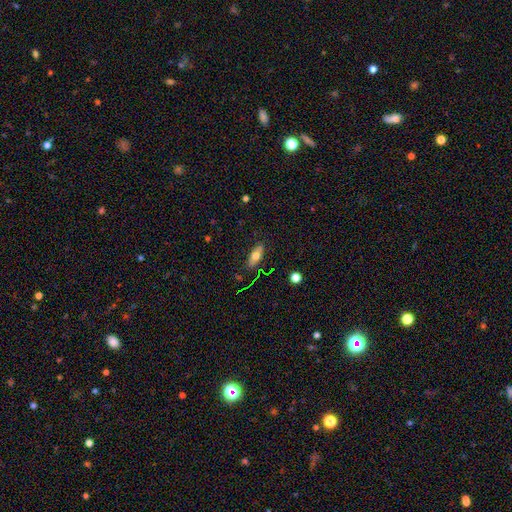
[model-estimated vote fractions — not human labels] This is likely a smooth galaxy (65%). How rounded: likely in between (75%). Merging: clearly none (81%).